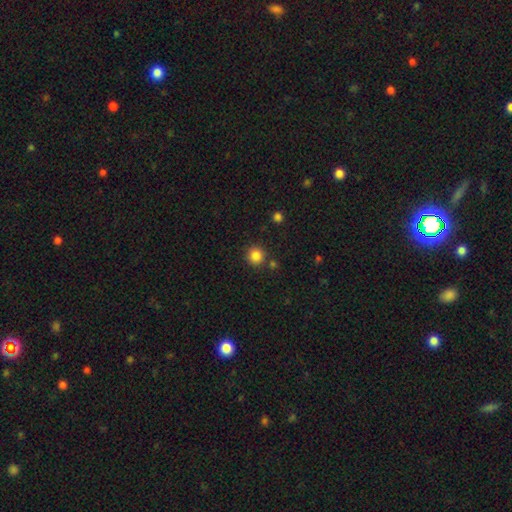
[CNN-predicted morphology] smooth 85%, star or artifact 11%, featured or disk 4%. Down the decision tree: how rounded — round (94%); merging — none (85%).